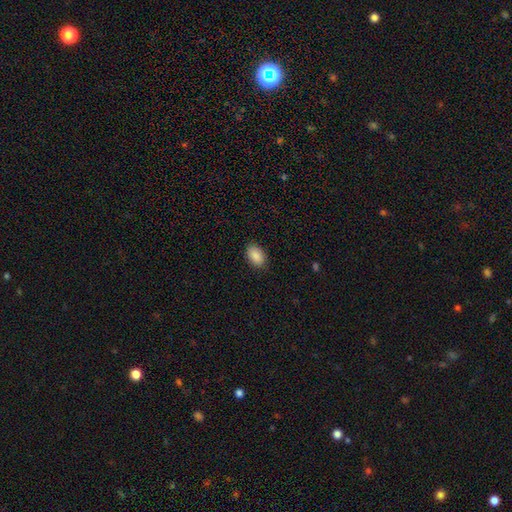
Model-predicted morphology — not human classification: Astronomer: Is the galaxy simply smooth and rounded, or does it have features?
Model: smooth — 89%.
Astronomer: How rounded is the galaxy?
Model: in between — 91%.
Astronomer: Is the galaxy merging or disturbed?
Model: none — 87%.